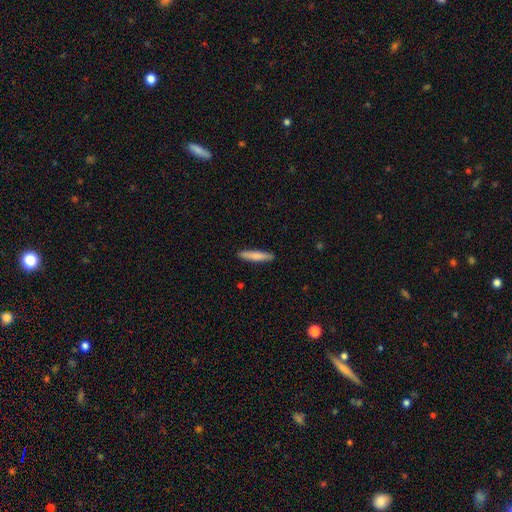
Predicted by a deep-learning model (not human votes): A smooth galaxy with no disk features (79%) that is cigar-shaped (90%).

Vote fractions:
- Smooth or featured? smooth: 79% / featured or disk: 16% / star or artifact: 5%
- How rounded? cigar-shaped: 90% / in between: 9% / round: 1%
- Merging? none: 89% / minor disturbance: 8% / major disturbance: 2% / merger: 1%